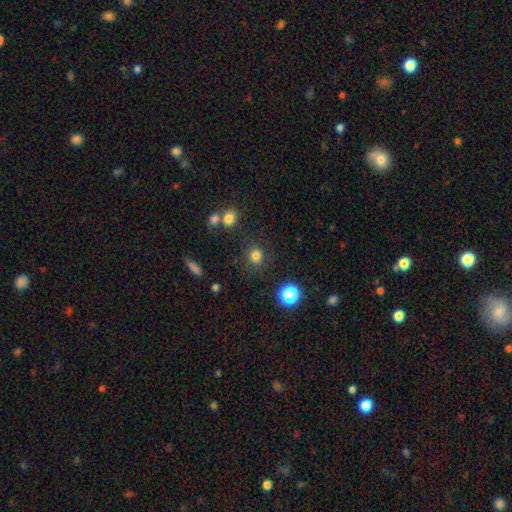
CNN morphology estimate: Smooth or featured?
  - smooth: 79% *
  - star or artifact: 15%
  - featured or disk: 5%
How rounded?
  - round: 88% *
  - in between: 11%
  - cigar-shaped: 1%
Merging?
  - none: 84% *
  - minor disturbance: 9%
  - major disturbance: 4%
  - merger: 3%